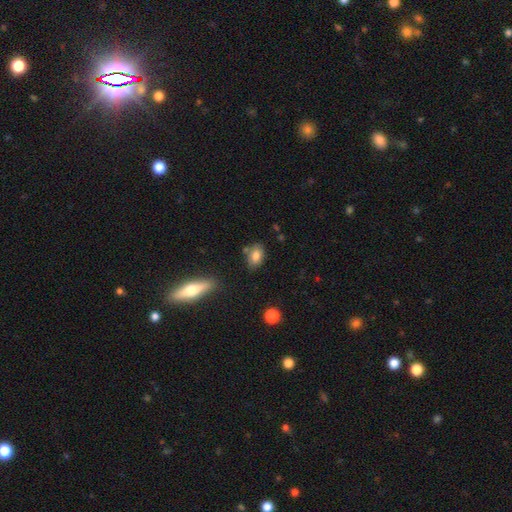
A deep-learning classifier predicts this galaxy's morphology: smooth-or-featured: smooth: 78% | featured or disk: 13% | star or artifact: 9%
  how-rounded: in between: 85% | round: 12% | cigar-shaped: 3%
  merging: none: 72% | minor disturbance: 16% | merger: 8% | major disturbance: 4%